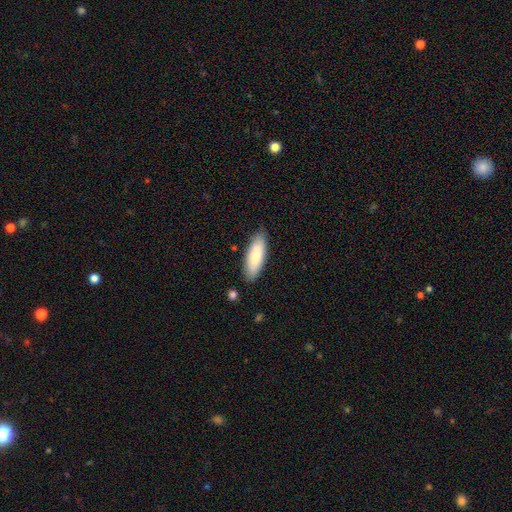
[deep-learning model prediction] Smooth or featured? Predicted: smooth (p=0.80). How rounded? Predicted: in between (p=0.61). Merging? Predicted: none (p=0.84).